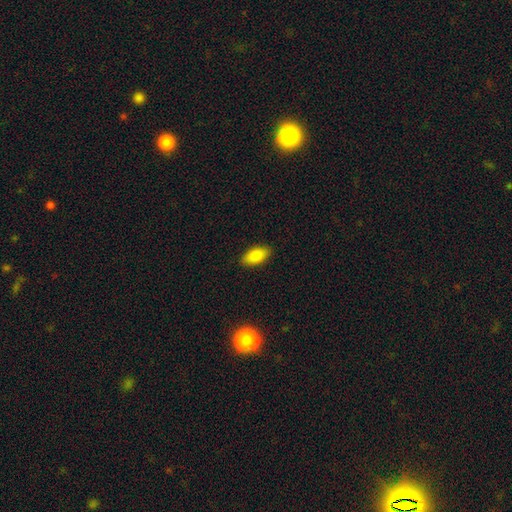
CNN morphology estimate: Smooth or featured? smooth (85%)
How rounded? in between (92%)
Merging? none (88%)